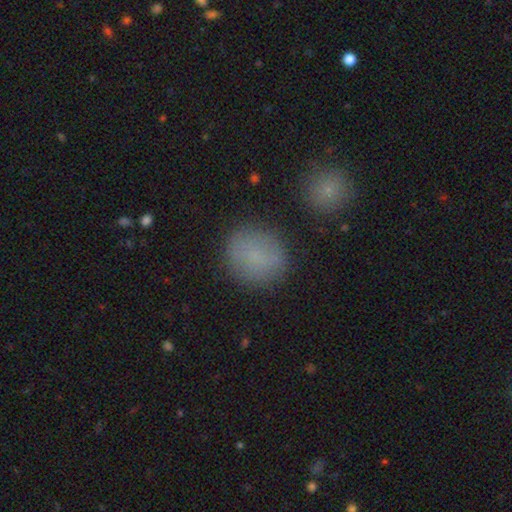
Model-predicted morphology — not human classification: Q: Smooth or featured?
A: smooth (79%); runner-up: star or artifact (11%)
Q: How rounded?
A: round (81%); runner-up: in between (18%)
Q: Merging?
A: none (83%); runner-up: minor disturbance (11%)